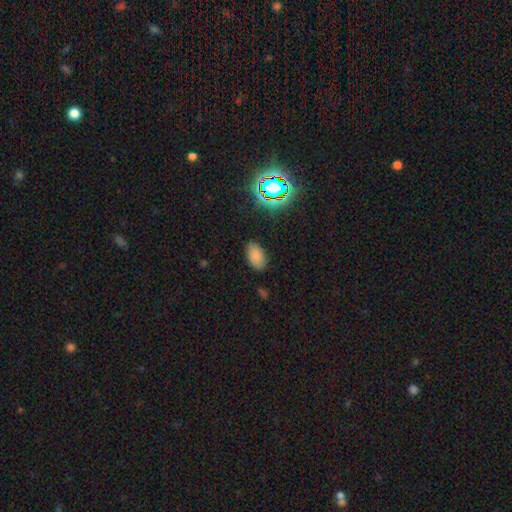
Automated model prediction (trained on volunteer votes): This is likely a smooth galaxy (80%). How rounded: clearly in between (93%). Merging: clearly none (84%).